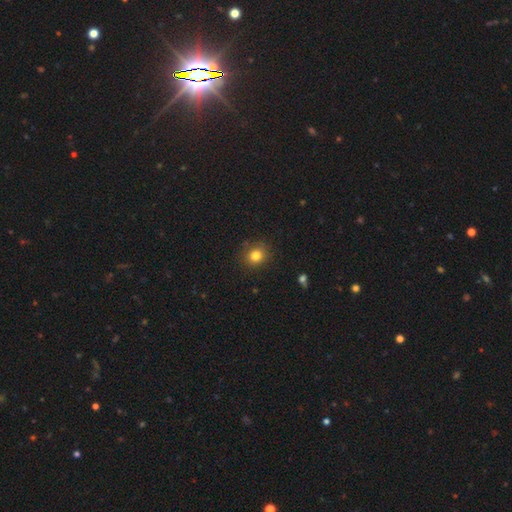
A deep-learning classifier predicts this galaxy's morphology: A smooth galaxy with no disk features (82%) that is round (82%).

Vote fractions:
- Smooth or featured? smooth: 82% / star or artifact: 12% / featured or disk: 6%
- How rounded? round: 82% / in between: 17% / cigar-shaped: 1%
- Merging? none: 86% / minor disturbance: 10% / major disturbance: 3% / merger: 1%